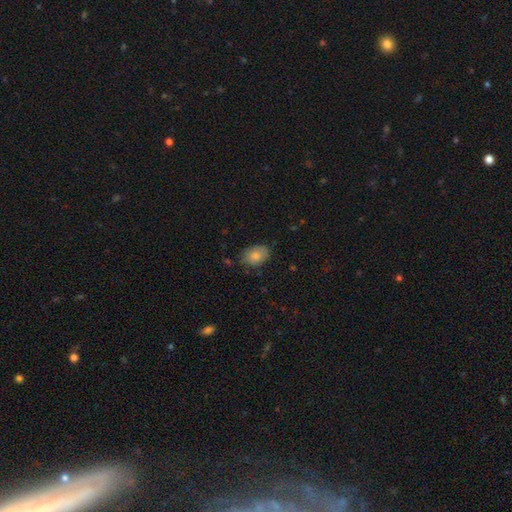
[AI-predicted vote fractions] smooth-or-featured: smooth: 82% | featured or disk: 11% | star or artifact: 7%
  how-rounded: in between: 82% | round: 17% | cigar-shaped: 1%
  merging: none: 75% | minor disturbance: 20% | major disturbance: 4% | merger: 2%